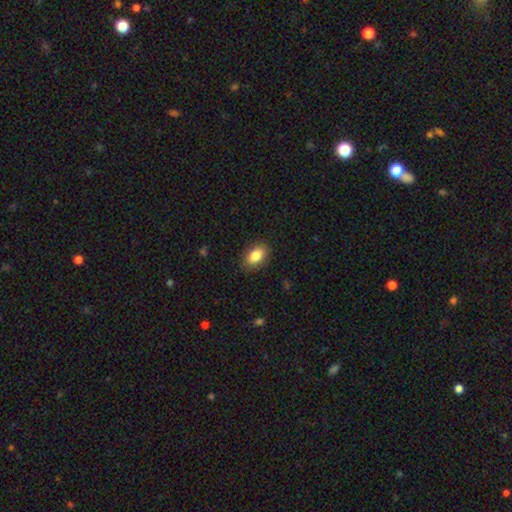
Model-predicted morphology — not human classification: A smooth galaxy with no disk features (85%) that is in between round and cigar-shaped (89%). Merging: none (87%).